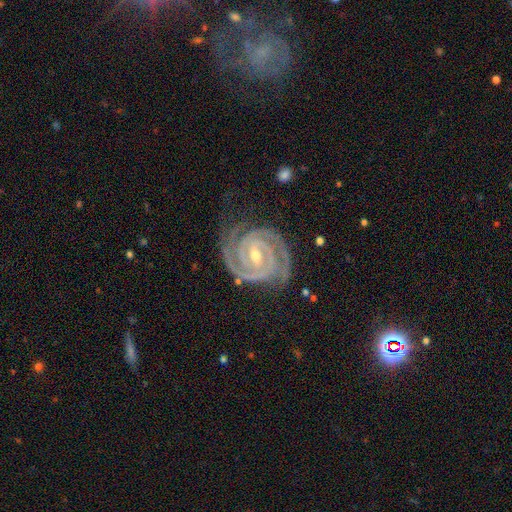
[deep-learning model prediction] smooth_or_featured: featured or disk (p=0.94) [alt: star or artifact p=0.04]
disk_edge_on: no (p=0.98) [alt: yes p=0.02]
bar: weak (p=0.45) [alt: strong p=0.37]
has_spiral_arms: yes (p=0.99) [alt: no p=0.01]
spiral_winding: tight (p=0.84) [alt: medium p=0.14]
spiral_arm_count: 2 (p=0.70) [alt: 3 p=0.16]
bulge_size: moderate (p=0.50) [alt: small p=0.47]
merging: none (p=0.76) [alt: minor disturbance p=0.17]